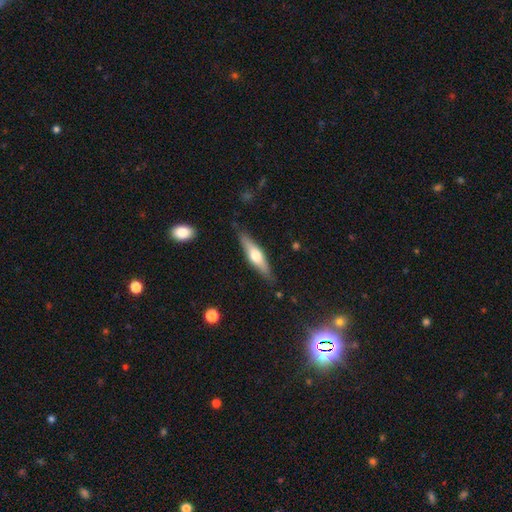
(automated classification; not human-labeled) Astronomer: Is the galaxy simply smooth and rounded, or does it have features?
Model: featured or disk — 54% (runner-up: smooth, 40%).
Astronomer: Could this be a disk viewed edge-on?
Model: yes — 93%.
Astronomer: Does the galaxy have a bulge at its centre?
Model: rounded — 92%.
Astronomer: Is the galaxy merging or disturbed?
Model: none — 84%.